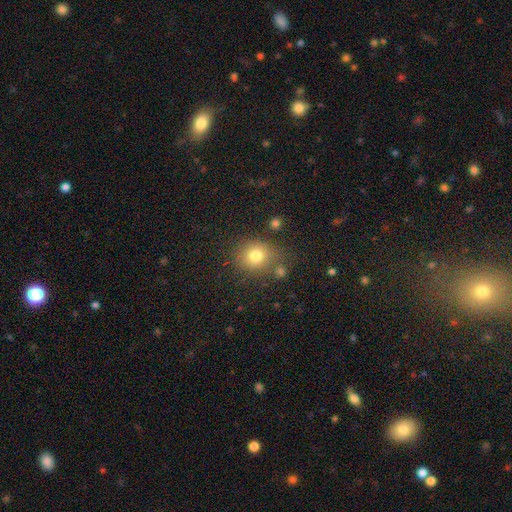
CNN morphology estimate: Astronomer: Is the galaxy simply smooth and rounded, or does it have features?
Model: smooth — 78%.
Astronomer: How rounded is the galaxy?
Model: round — 78%.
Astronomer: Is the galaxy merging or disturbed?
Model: none — 73%.